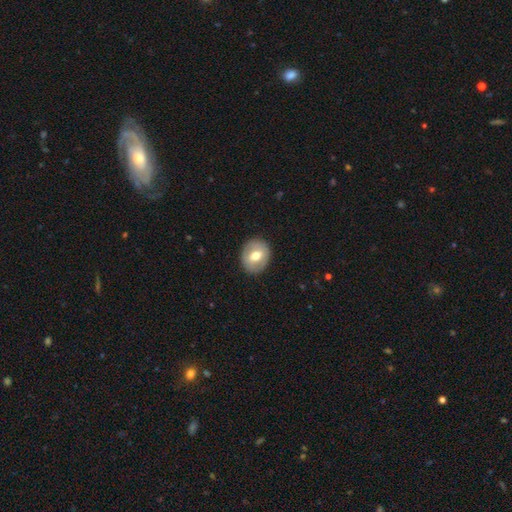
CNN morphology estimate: A smooth galaxy with no disk features (59%) that is round (70%). Merging: none (88%).